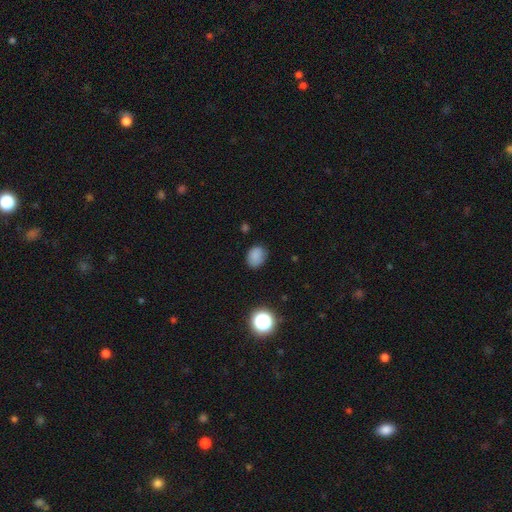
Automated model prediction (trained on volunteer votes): The model was most divided on "how rounded": in between: 59%, round: 40%, cigar-shaped: 1%. More confident: smooth or featured — smooth (82%); merging — none (78%).